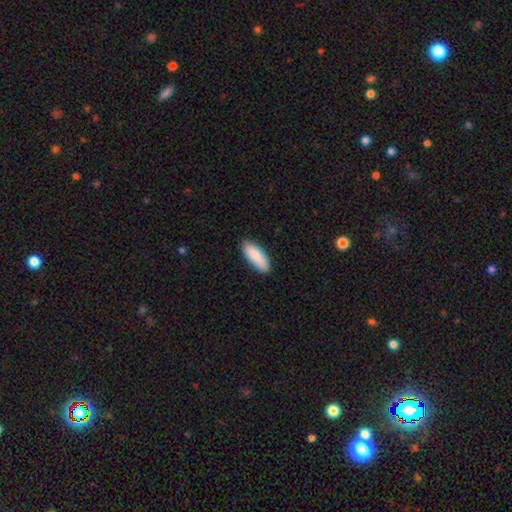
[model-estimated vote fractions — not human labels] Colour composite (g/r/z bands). It shows a smooth galaxy with no disk features (88%) that is in between round and cigar-shaped (74%). Merging: none (85%).